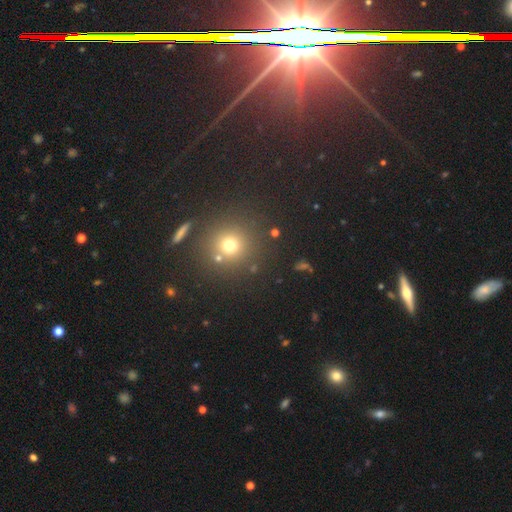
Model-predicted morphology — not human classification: smooth_or_featured: star or artifact (p=0.50) [alt: smooth p=0.32]